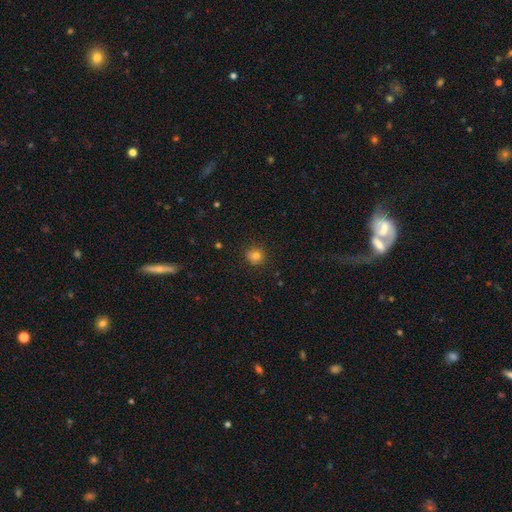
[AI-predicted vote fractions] Smooth or featured?
  - smooth: 80% *
  - star or artifact: 13%
  - featured or disk: 6%
How rounded?
  - round: 90% *
  - in between: 9%
  - cigar-shaped: 1%
Merging?
  - none: 89% *
  - minor disturbance: 8%
  - major disturbance: 2%
  - merger: 1%